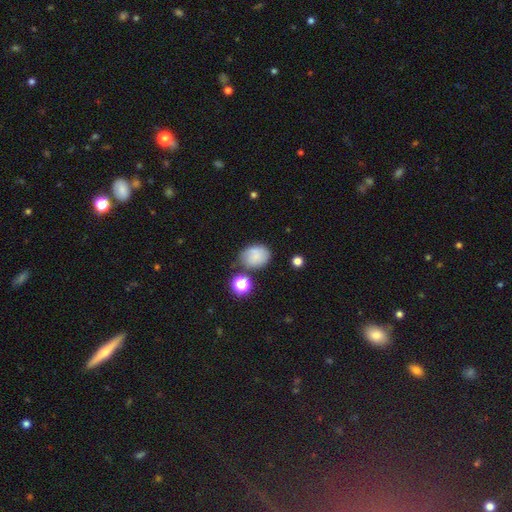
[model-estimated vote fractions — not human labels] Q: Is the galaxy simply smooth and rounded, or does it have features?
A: smooth — 76%.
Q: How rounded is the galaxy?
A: in between — 60%.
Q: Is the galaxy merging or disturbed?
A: none — 64%.